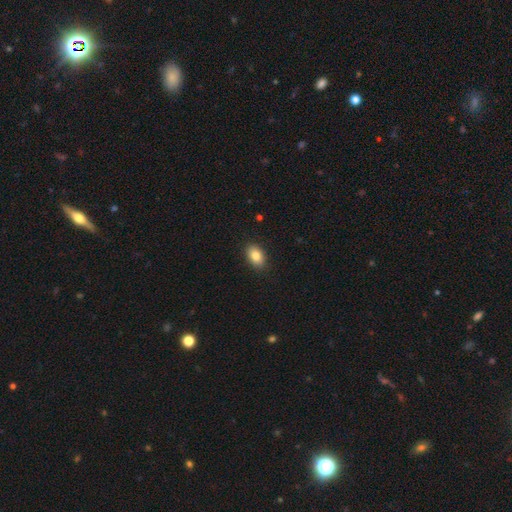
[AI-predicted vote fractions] A smooth galaxy with no disk features (84%) that is in between round and cigar-shaped (87%).

Vote fractions:
- Smooth or featured? smooth: 84% / star or artifact: 8% / featured or disk: 8%
- How rounded? in between: 87% / round: 12% / cigar-shaped: 1%
- Merging? none: 89% / minor disturbance: 8% / major disturbance: 2% / merger: 1%